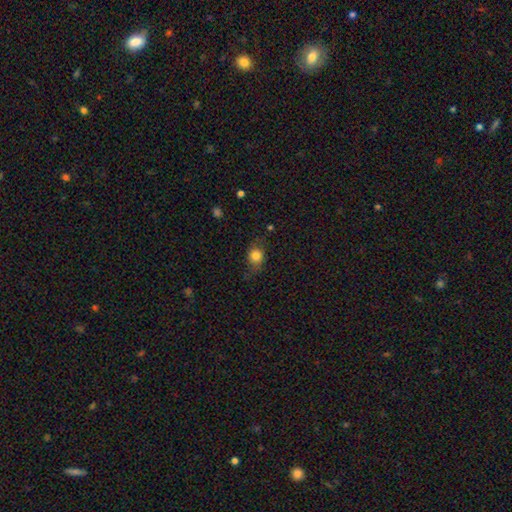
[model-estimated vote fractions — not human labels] A smooth galaxy with no disk features (79%) that is round (58%).

Vote fractions:
- Smooth or featured? smooth: 79% / star or artifact: 11% / featured or disk: 10%
- How rounded? round: 58% / in between: 40% / cigar-shaped: 2%
- Merging? none: 67% / minor disturbance: 23% / major disturbance: 8% / merger: 2%